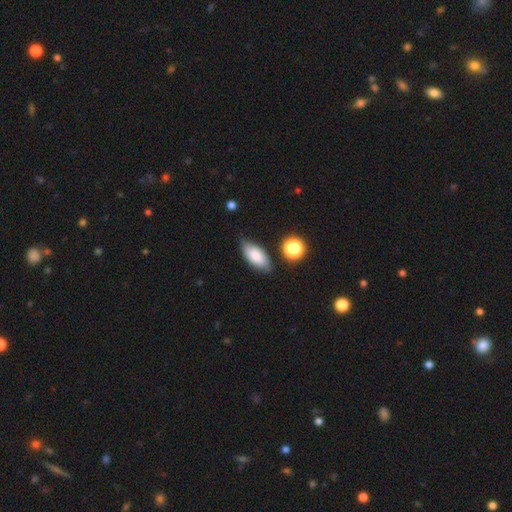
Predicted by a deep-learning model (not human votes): smooth_or_featured: smooth (p=0.83) [alt: featured or disk p=0.10]
how_rounded: in between (p=0.87) [alt: cigar-shaped p=0.10]
merging: none (p=0.77) [alt: minor disturbance p=0.17]